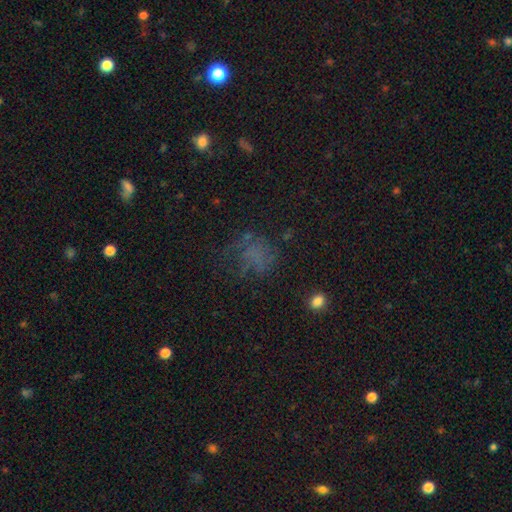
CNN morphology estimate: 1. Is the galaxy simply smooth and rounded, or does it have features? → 47% smooth, 27% star or artifact, 26% featured or disk.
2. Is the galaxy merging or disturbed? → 48% none, 28% major disturbance, 21% minor disturbance, 3% merger.